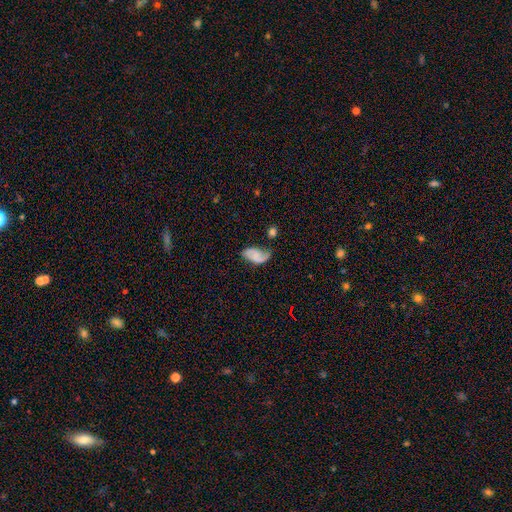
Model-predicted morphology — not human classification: Smooth or featured? Predicted: featured or disk (p=0.52). Edge-on disk? Predicted: no (p=0.96). Merging? Predicted: none (p=0.42).